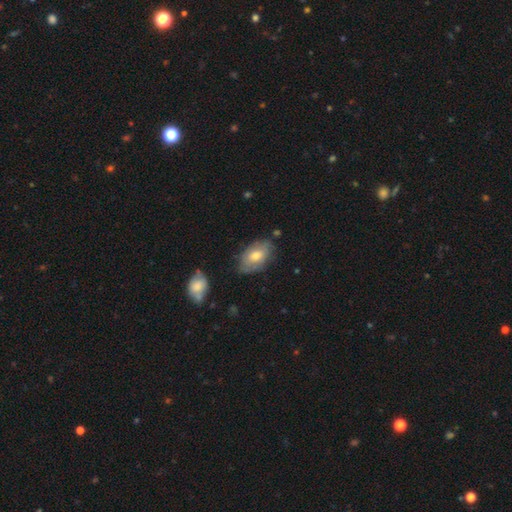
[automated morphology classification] Smooth or featured: smooth — 65% (featured or disk — 28%)
How rounded: in between — 92% (round — 6%)
Merging: none — 70% (minor disturbance — 23%)